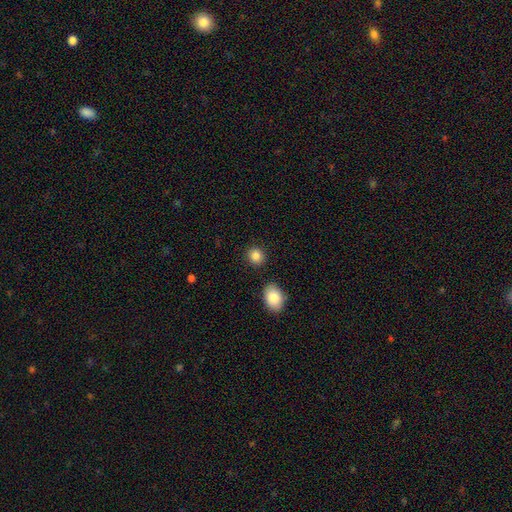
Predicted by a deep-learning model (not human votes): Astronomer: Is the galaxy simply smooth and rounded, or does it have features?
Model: smooth — 86%.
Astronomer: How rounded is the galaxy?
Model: round — 81%.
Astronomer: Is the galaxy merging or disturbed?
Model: none — 87%.